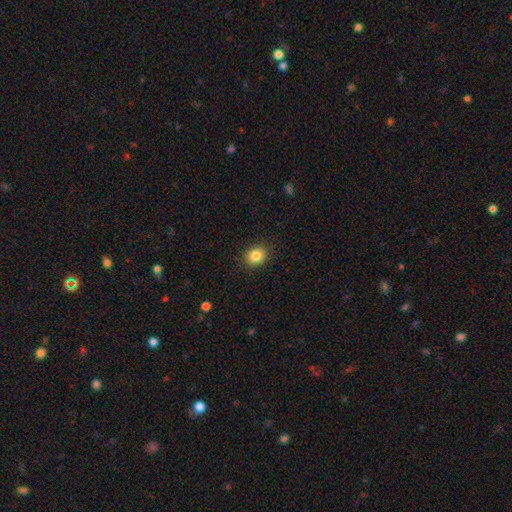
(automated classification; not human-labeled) Overall: smooth (85%). How rounded: round (64%; in between 35%). Merging: none (89%).